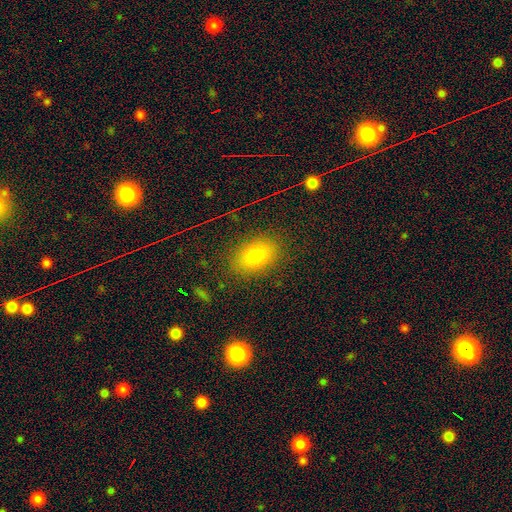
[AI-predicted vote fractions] Overall: smooth (74%). How rounded: in between (77%). Merging: none (84%).